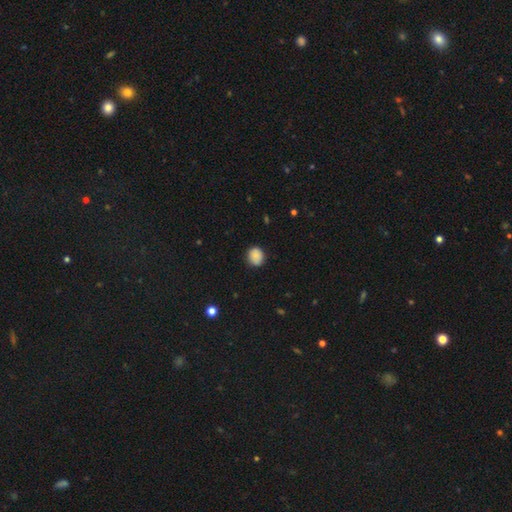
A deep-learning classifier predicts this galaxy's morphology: The model was most divided on "how rounded": round: 75%, in between: 24%, cigar-shaped: 1%. More confident: smooth or featured — smooth (86%); merging — none (84%).